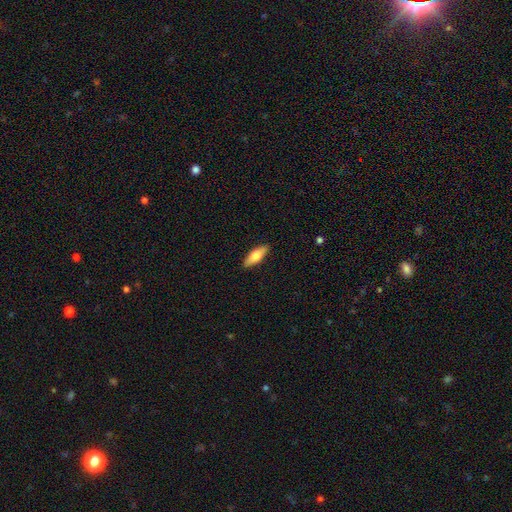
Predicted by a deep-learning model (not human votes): Overall: smooth (64%; featured or disk 30%). How rounded: in between (62%; cigar-shaped 36%). Merging: none (90%).